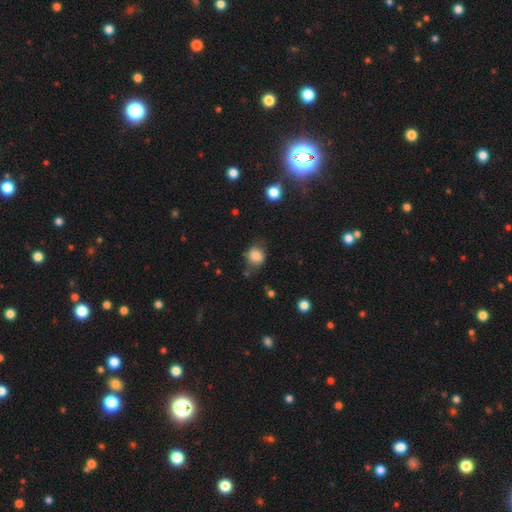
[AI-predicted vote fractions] smooth-or-featured: smooth: 82% | star or artifact: 10% | featured or disk: 8%
  how-rounded: round: 66% | in between: 33% | cigar-shaped: 1%
  merging: none: 59% | minor disturbance: 27% | major disturbance: 10% | merger: 4%